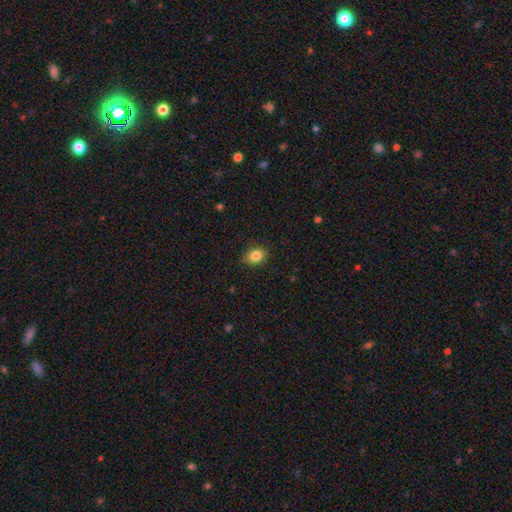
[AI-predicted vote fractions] This is clearly a smooth galaxy (84%). How rounded: likely in between (60%). Merging: clearly none (81%).